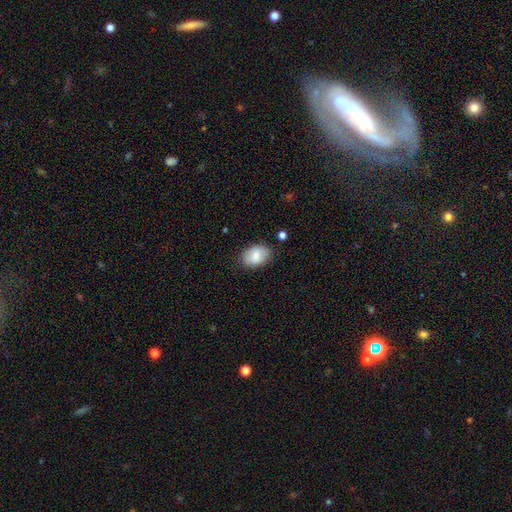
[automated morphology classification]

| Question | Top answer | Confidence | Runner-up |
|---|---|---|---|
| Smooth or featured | smooth | 83% | featured or disk (11%) |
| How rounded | in between | 85% | round (14%) |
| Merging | none | 83% | minor disturbance (13%) |